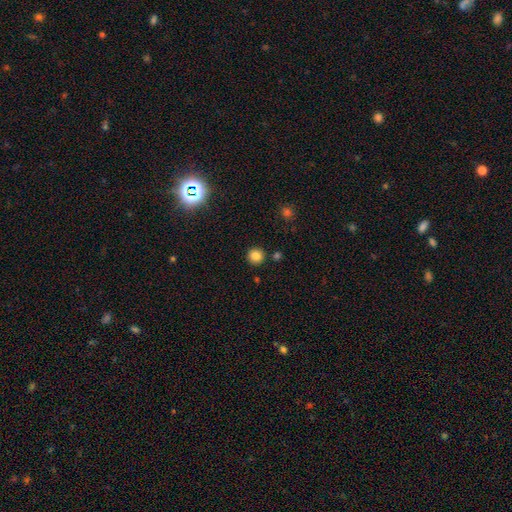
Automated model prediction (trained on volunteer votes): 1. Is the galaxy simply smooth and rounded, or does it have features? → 83% smooth, 12% star or artifact, 5% featured or disk.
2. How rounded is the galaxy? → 94% round, 5% in between, 1% cigar-shaped.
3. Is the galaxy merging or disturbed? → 88% none, 6% minor disturbance, 4% merger, 2% major disturbance.